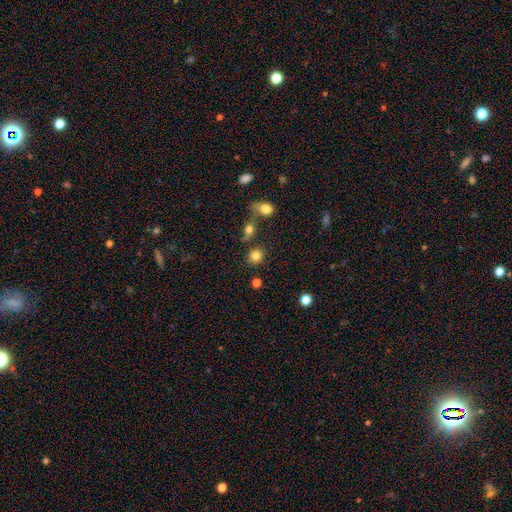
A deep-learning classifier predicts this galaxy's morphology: Smooth or featured? smooth (83%)
How rounded? round (83%)
Merging? none (78%)